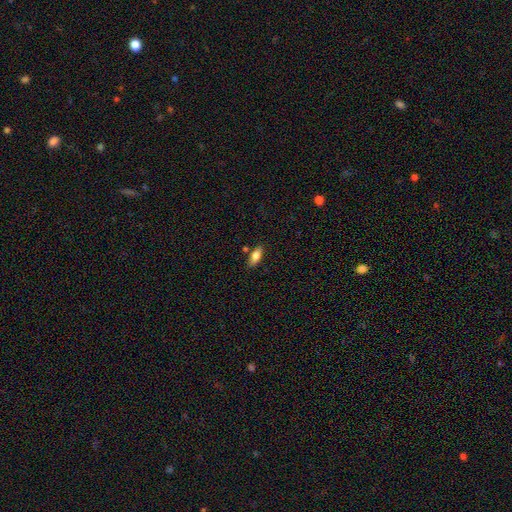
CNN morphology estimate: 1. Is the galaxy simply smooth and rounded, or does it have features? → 78% smooth, 15% featured or disk, 7% star or artifact.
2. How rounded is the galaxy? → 80% in between, 17% cigar-shaped, 3% round.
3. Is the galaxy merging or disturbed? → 77% none, 13% minor disturbance, 7% merger, 3% major disturbance.